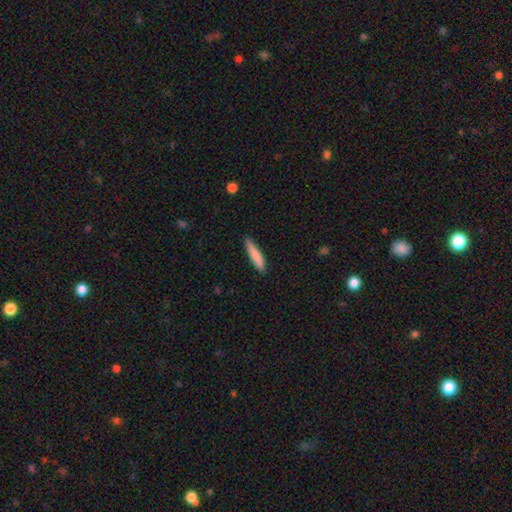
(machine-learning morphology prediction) Smooth or featured?
  - smooth: 83% *
  - featured or disk: 11%
  - star or artifact: 6%
How rounded?
  - cigar-shaped: 86% *
  - in between: 13%
  - round: 1%
Merging?
  - none: 83% *
  - minor disturbance: 13%
  - major disturbance: 2%
  - merger: 1%